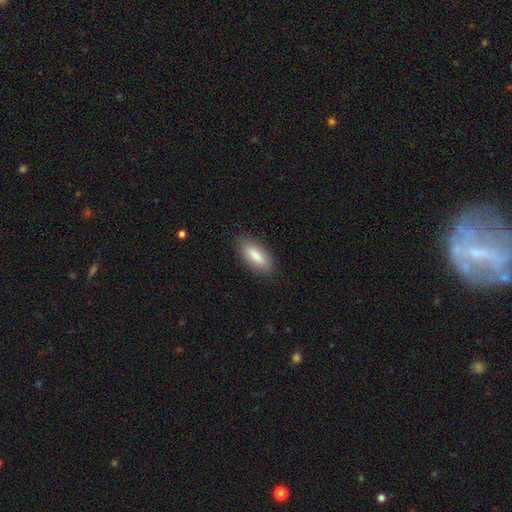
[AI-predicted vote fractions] Morphology: type=smooth (84%); roundness=in between (80%); merging=none (86%).